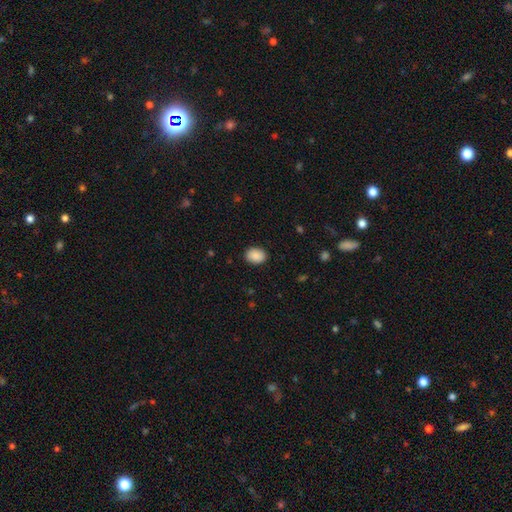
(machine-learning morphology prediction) This is clearly a smooth galaxy (89%). How rounded: likely in between (70%). Merging: clearly none (89%).